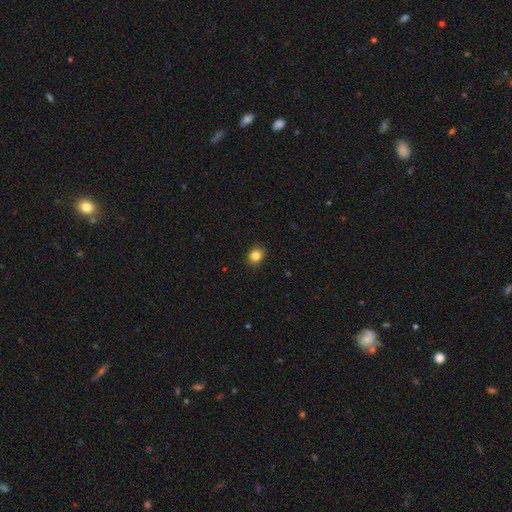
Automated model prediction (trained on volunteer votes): This appears to be a smooth galaxy with no disk features (84%) that is round (65%). Merging: none (87%).